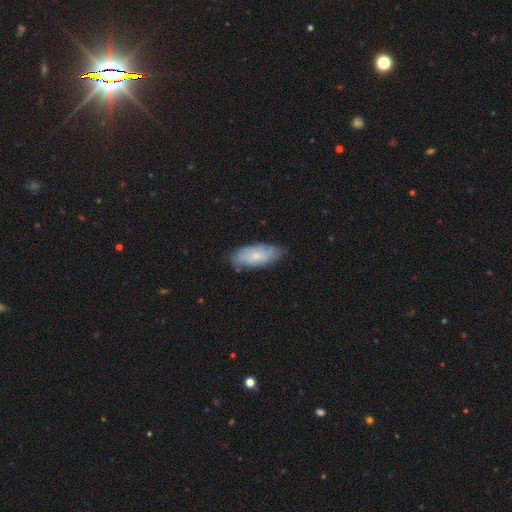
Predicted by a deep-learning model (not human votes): The model was most divided on "smooth or featured": smooth: 52%, featured or disk: 42%, star or artifact: 6%. More confident: how rounded — in between (81%); merging — none (73%).